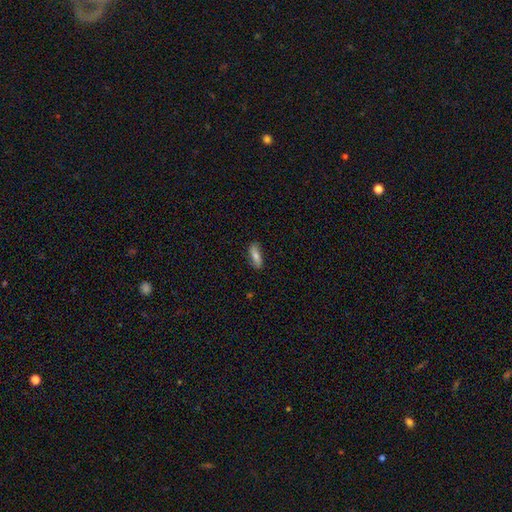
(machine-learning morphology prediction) Q: Smooth or featured?
A: smooth (69%); runner-up: featured or disk (24%)
Q: How rounded?
A: in between (58%); runner-up: cigar-shaped (39%)
Q: Merging?
A: none (82%); runner-up: minor disturbance (14%)